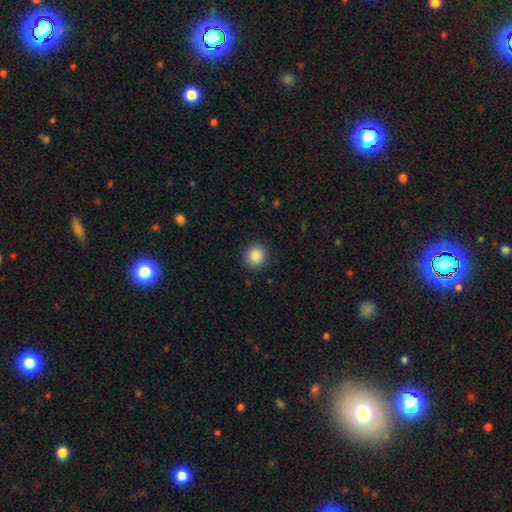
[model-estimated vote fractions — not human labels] Overall: smooth (88%). How rounded: round (89%). Merging: none (90%).